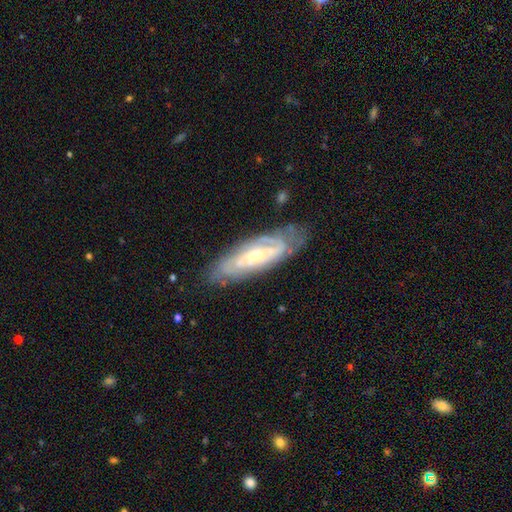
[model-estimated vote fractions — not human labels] smooth-or-featured: featured or disk: 82% | smooth: 13% | star or artifact: 5%
  disk-edge-on: no: 86% | yes: 14%
    bar: no: 59% | weak: 29% | strong: 12%
    has-spiral-arms: yes: 90% | no: 10%
      spiral-winding: tight: 66% | medium: 27% | loose: 7%
      spiral-arm-count: can't tell: 44% | 2: 32% | 3: 12% | 4: 5% | 1: 4% | more than 4: 3%
    bulge-size: small: 54% | moderate: 42% | large: 2% | none: 1% | dominant: 1%
  merging: none: 73% | minor disturbance: 19% | major disturbance: 6% | merger: 2%